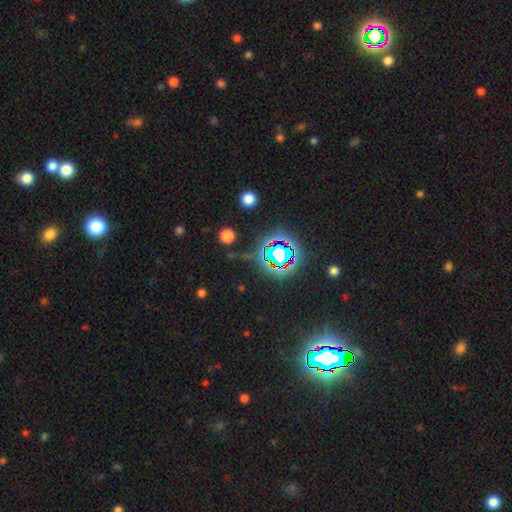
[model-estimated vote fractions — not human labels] This appears to be a star or artifact, not a galaxy (74%).